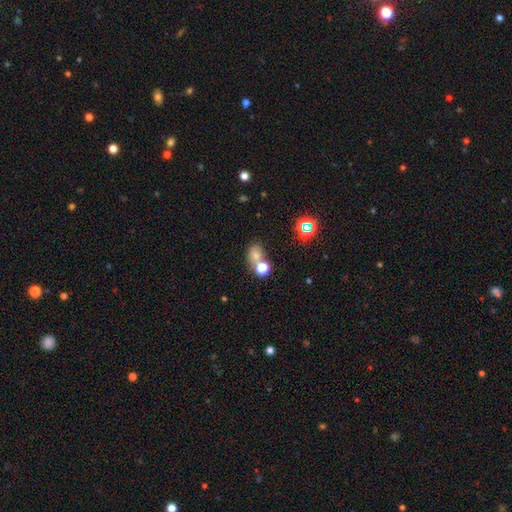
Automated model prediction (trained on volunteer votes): Overall: smooth (66%). How rounded: round (53%; in between 46%). Merging: none (47%; merger 37%).